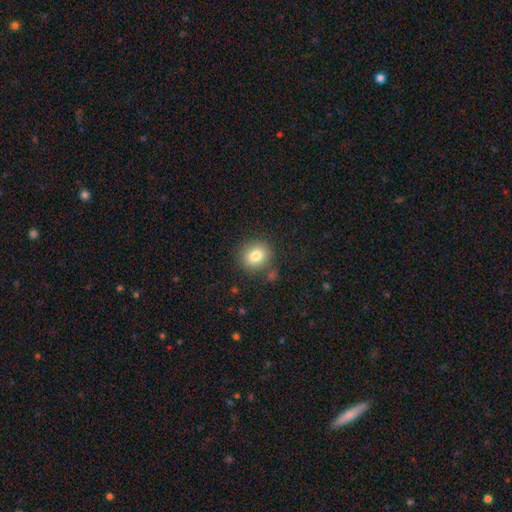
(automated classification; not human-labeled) Q: Smooth or featured?
A: smooth (81%); runner-up: star or artifact (10%)
Q: How rounded?
A: round (71%); runner-up: in between (28%)
Q: Merging?
A: none (82%); runner-up: minor disturbance (10%)